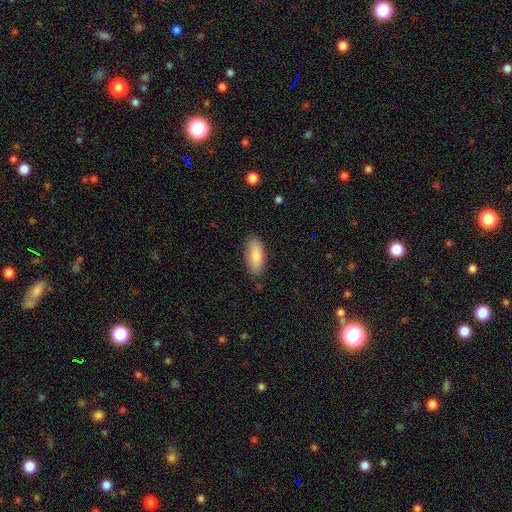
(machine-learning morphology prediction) Q: Smooth or featured?
A: smooth (84%); runner-up: featured or disk (10%)
Q: How rounded?
A: in between (83%); runner-up: cigar-shaped (15%)
Q: Merging?
A: none (83%); runner-up: minor disturbance (13%)